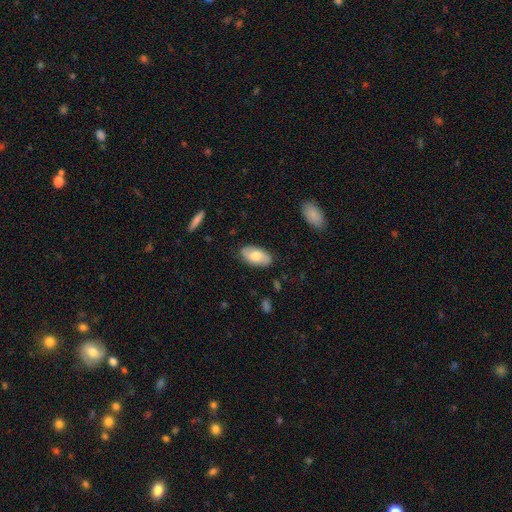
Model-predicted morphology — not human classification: This appears to be a smooth galaxy with no disk features (68%) that is in between round and cigar-shaped (94%). Merging: none (83%).